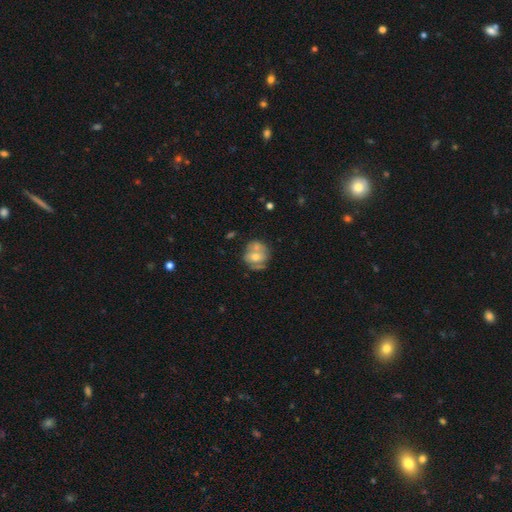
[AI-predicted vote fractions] Overall: smooth (52%; featured or disk 41%). How rounded: round (73%). Merging: none (43%; merger 29%).